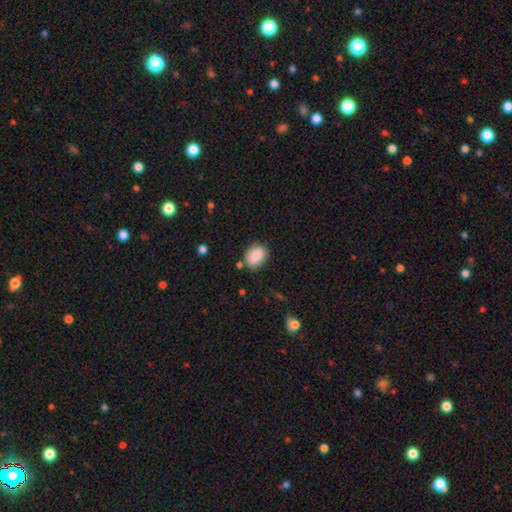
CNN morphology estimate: type=smooth (85%); roundness=in between (63%); merging=none (77%).